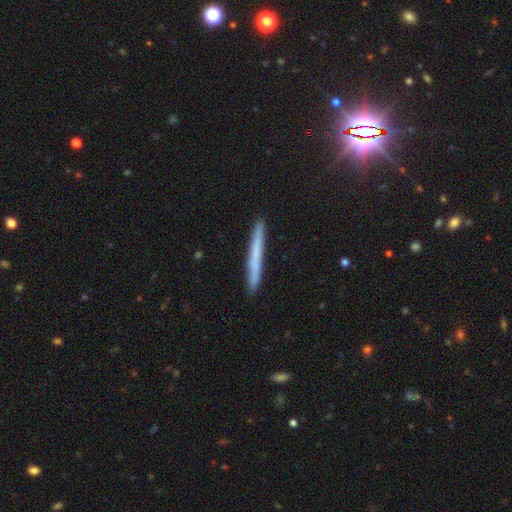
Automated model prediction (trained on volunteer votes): This is possibly a smooth galaxy (56%). How rounded: clearly cigar-shaped (97%). Merging: clearly none (90%).